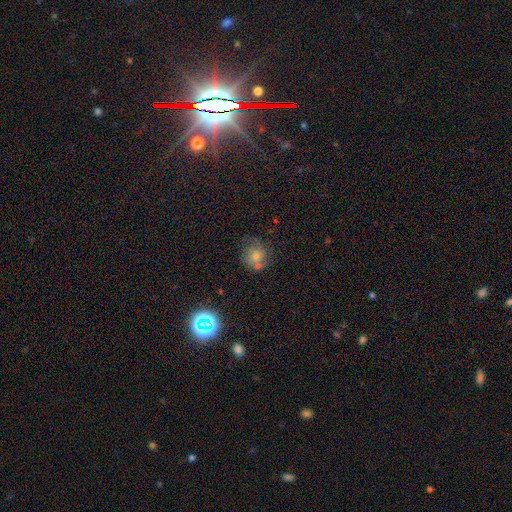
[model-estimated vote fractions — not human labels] Smooth or featured: featured or disk — 44% (smooth — 30%)
Merging: none — 64% (minor disturbance — 17%)